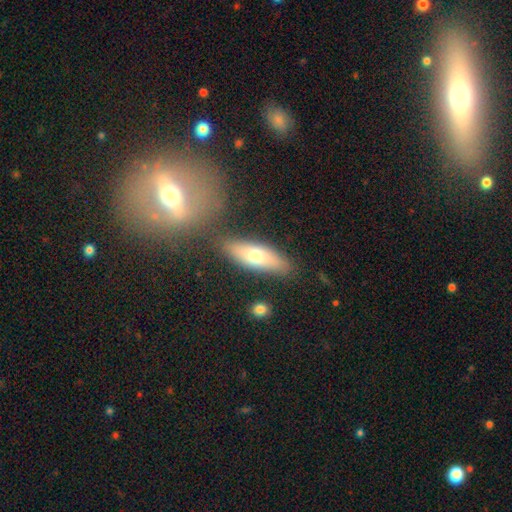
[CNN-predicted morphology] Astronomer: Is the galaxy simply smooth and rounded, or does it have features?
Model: smooth — 63%.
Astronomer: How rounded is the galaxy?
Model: in between — 55% (runner-up: cigar-shaped, 42%).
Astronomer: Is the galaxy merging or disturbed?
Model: none — 79%.